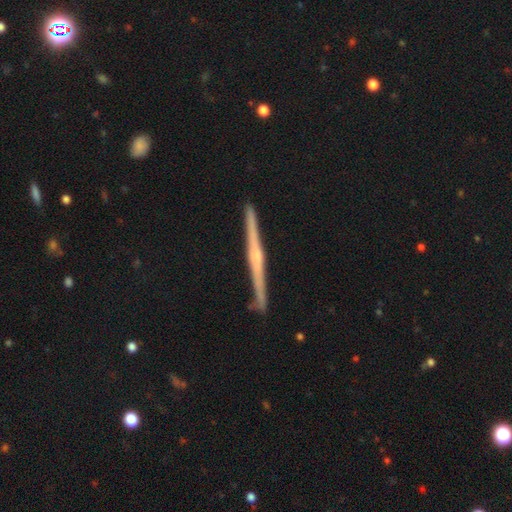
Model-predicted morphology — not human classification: The model was most divided on "edge-on bulge": rounded: 60%, none: 27%, boxy: 13%. More confident: edge-on disk — yes (98%); merging — none (89%); smooth or featured — featured or disk (80%).